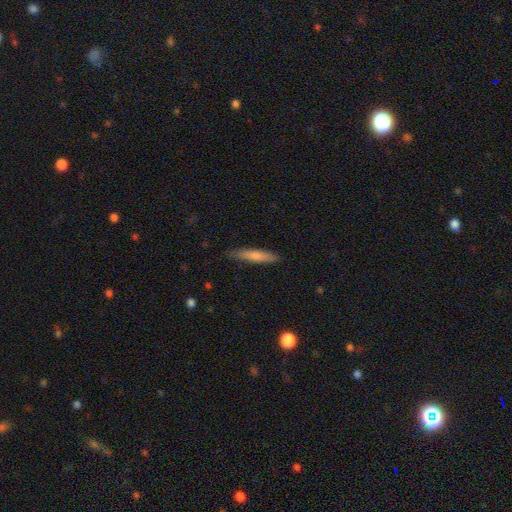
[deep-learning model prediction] smooth 71%, featured or disk 23%, star or artifact 6%. Down the decision tree: how rounded — cigar-shaped (90%); merging — none (84%).